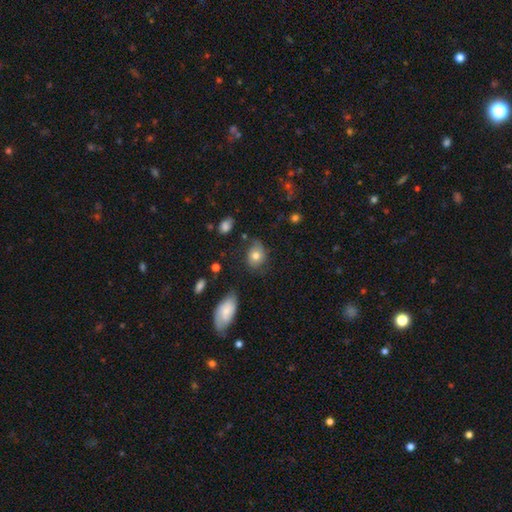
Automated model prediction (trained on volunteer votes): smooth-or-featured: smooth: 74% | featured or disk: 18% | star or artifact: 9%
  how-rounded: in between: 58% | round: 41% | cigar-shaped: 1%
  merging: none: 60% | minor disturbance: 29% | major disturbance: 9% | merger: 3%